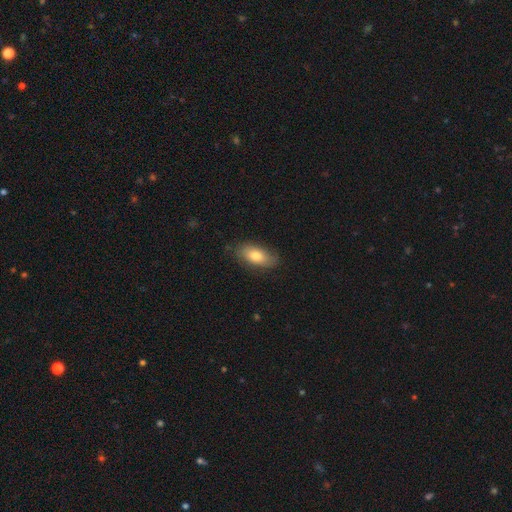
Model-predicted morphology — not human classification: The model was most divided on "smooth or featured": smooth: 75%, featured or disk: 18%, star or artifact: 7%. More confident: how rounded — in between (88%); merging — none (79%).